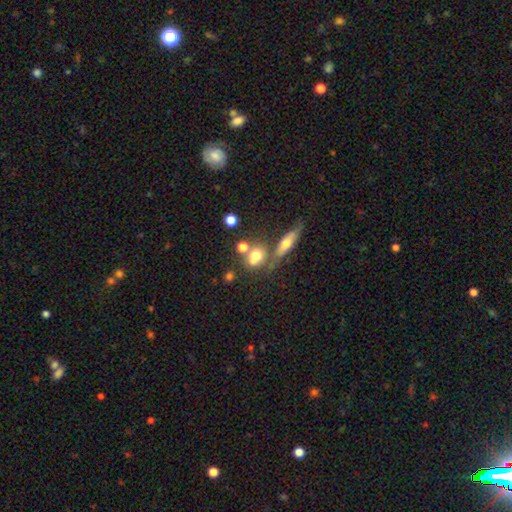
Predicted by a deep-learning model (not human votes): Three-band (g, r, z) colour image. It shows a smooth galaxy with no disk features (66%) that is round (58%). Merging: none (45%).